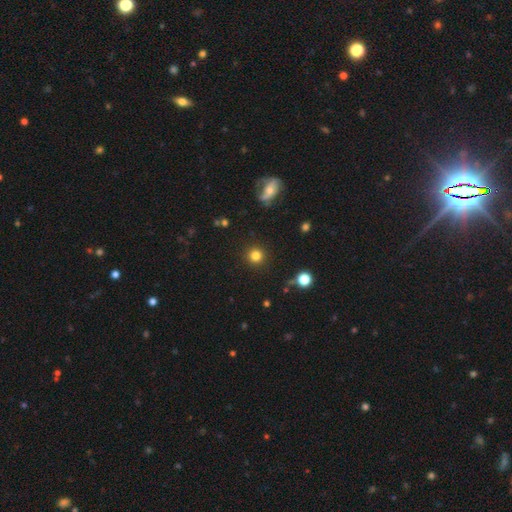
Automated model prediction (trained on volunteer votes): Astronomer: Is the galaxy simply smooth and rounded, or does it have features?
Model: smooth — 81%.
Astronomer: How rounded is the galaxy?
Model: round — 94%.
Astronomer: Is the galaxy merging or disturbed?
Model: none — 90%.